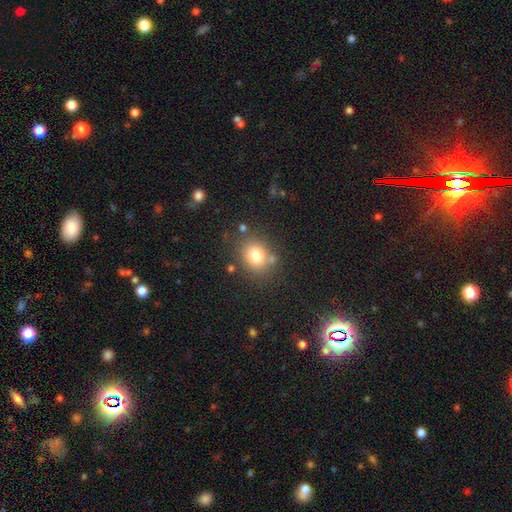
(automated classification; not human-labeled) Smooth or featured? Predicted: smooth (p=0.77). How rounded? Predicted: round (p=0.67). Merging? Predicted: none (p=0.76).